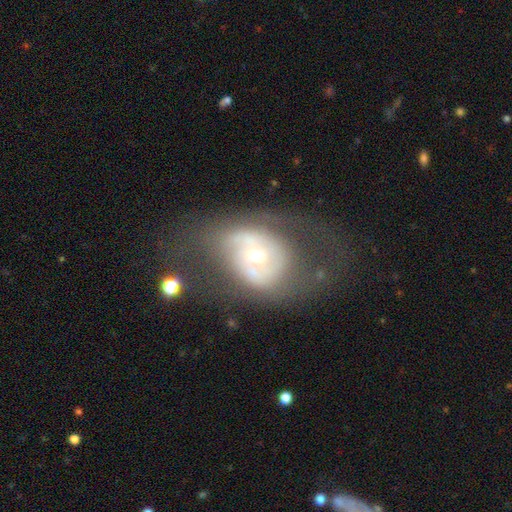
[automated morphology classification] Smooth or featured?
  - featured or disk: 65% *
  - smooth: 27%
  - star or artifact: 9%
Edge-on disk?
  - no: 95% *
  - yes: 5%
Bar?
  - no: 75% *
  - weak: 18%
  - strong: 7%
Spiral arms?
  - yes: 55% *
  - no: 45%
Bulge size?
  - moderate: 47% *
  - small: 46%
  - large: 4%
  - dominant: 1%
  - none: 1%
Merging?
  - none: 40% *
  - major disturbance: 33%
  - minor disturbance: 21%
  - merger: 5%